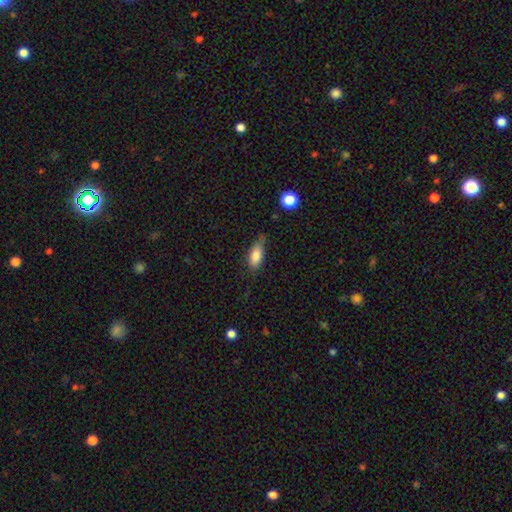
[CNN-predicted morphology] This appears to be a smooth galaxy with no disk features (80%) that is in between round and cigar-shaped (81%). Merging: none (55%).